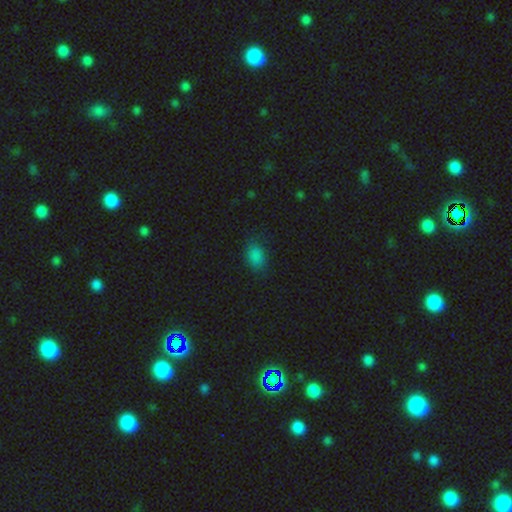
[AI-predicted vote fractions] Smooth or featured? smooth (83%)
How rounded? in between (83%)
Merging? none (78%)